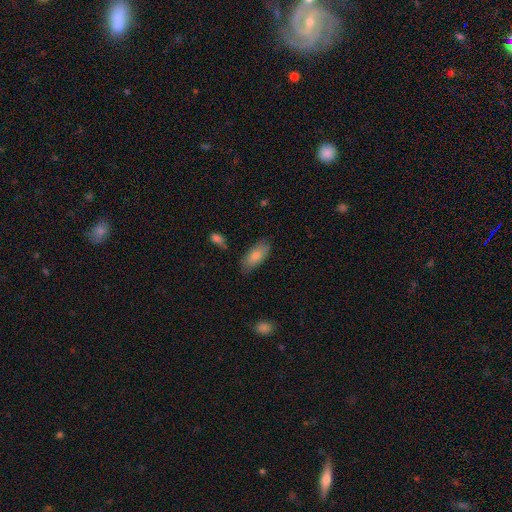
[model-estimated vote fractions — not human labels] smooth-or-featured: smooth: 81% | featured or disk: 13% | star or artifact: 6%
  how-rounded: in between: 88% | cigar-shaped: 10% | round: 2%
  merging: none: 79% | minor disturbance: 16% | major disturbance: 3% | merger: 2%